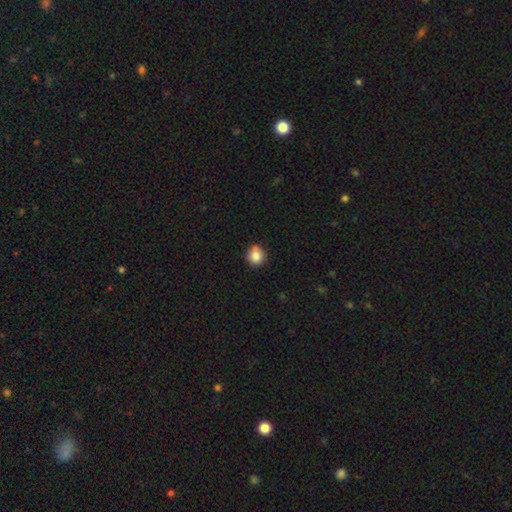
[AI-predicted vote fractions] smooth 84%, star or artifact 10%, featured or disk 6%. Down the decision tree: how rounded — round (91%); merging — none (71%).